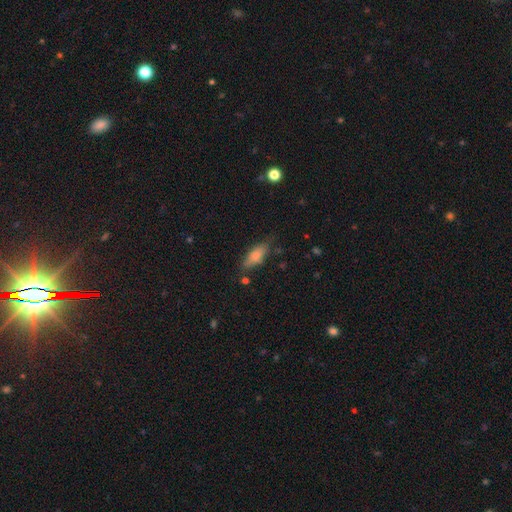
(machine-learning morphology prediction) type=smooth (78%); roundness=in between (68%); merging=none (68%).